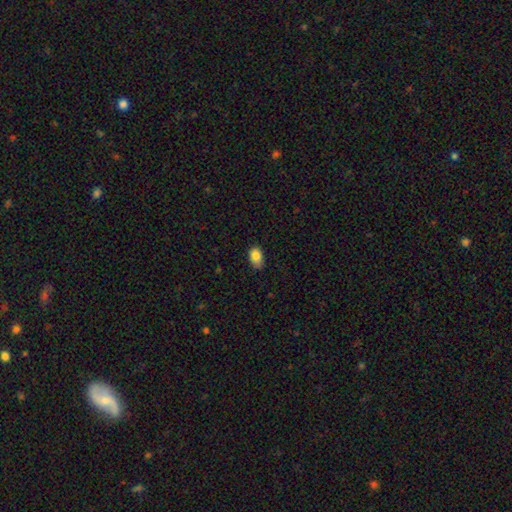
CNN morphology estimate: This is clearly a smooth galaxy (84%). How rounded: clearly in between (87%). Merging: likely none (71%).